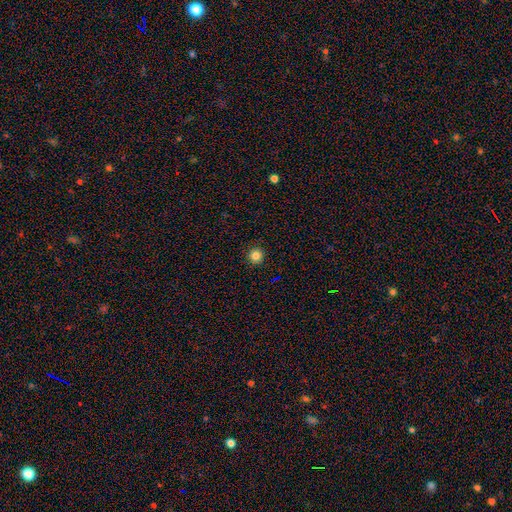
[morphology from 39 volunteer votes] This appears to be a smooth galaxy with no disk features (90%) that is round (94%). Merging: none (92%).